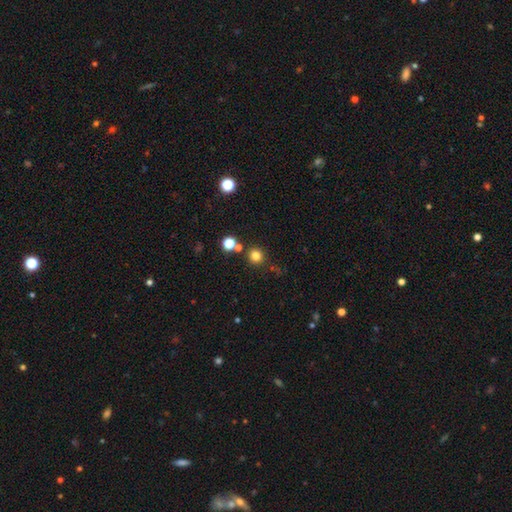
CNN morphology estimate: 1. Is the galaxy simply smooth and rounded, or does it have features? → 78% smooth, 16% star or artifact, 5% featured or disk.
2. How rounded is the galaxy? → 93% round, 6% in between, 1% cigar-shaped.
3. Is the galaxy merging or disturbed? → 83% none, 7% minor disturbance, 7% merger, 3% major disturbance.